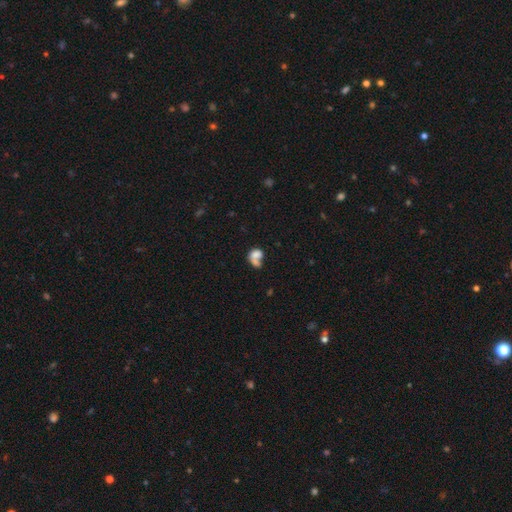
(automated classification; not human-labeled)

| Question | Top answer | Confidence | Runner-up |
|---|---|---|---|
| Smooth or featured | smooth | 69% | featured or disk (20%) |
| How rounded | in between | 64% | round (34%) |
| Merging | merger | 54% | none (20%) |